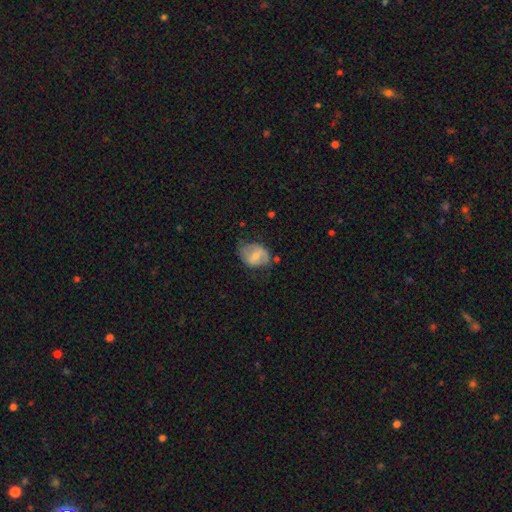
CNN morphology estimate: A smooth galaxy with no disk features (47%). Merging: none (51%).